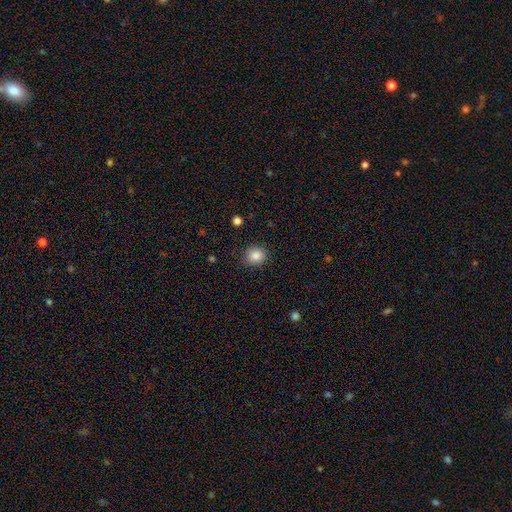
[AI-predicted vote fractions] A smooth galaxy with no disk features (86%) that is round (78%).

Vote fractions:
- Smooth or featured? smooth: 86% / star or artifact: 9% / featured or disk: 4%
- How rounded? round: 78% / in between: 21% / cigar-shaped: 1%
- Merging? none: 89% / minor disturbance: 8% / major disturbance: 2% / merger: 1%